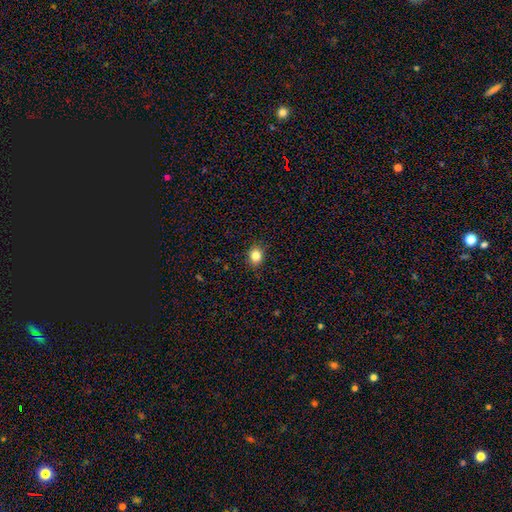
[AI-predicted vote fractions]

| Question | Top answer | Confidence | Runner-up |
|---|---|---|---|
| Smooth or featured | smooth | 83% | star or artifact (11%) |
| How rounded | round | 66% | in between (33%) |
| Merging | none | 89% | minor disturbance (8%) |